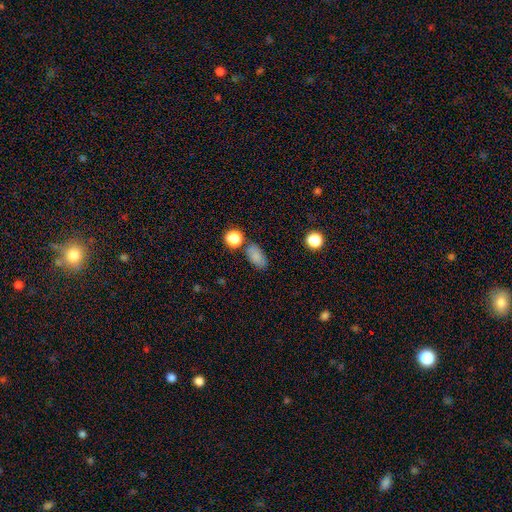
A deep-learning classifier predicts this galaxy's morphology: Smooth or featured? smooth (83%)
How rounded? in between (88%)
Merging? none (72%)